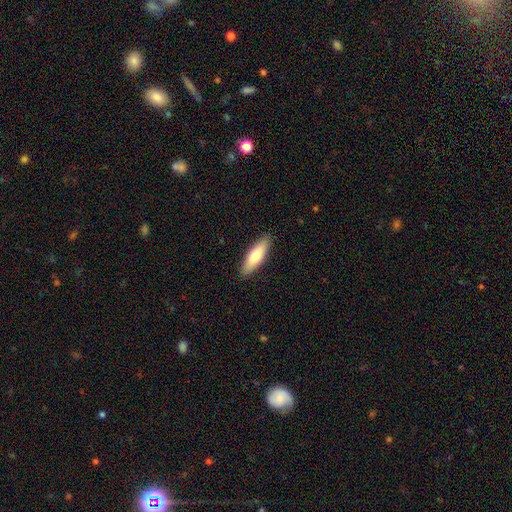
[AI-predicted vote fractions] The model was most divided on "how rounded": cigar-shaped: 52%, in between: 46%, round: 2%. More confident: merging — none (90%); smooth or featured — smooth (72%).